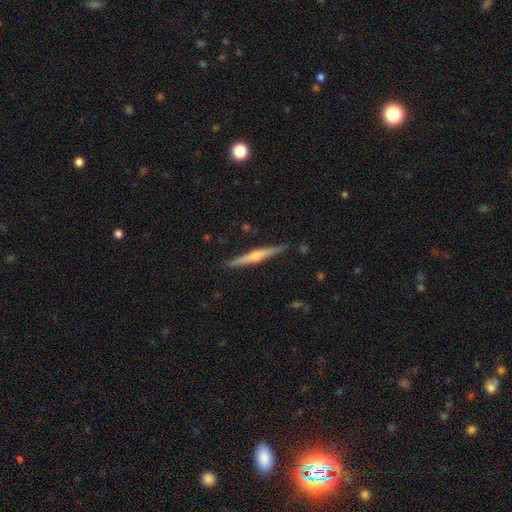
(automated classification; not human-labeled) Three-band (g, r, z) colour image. It shows a featured or disk galaxy (73%) viewed edge-on (98%) with a rounded central bulge (88%). Merging: none (89%).